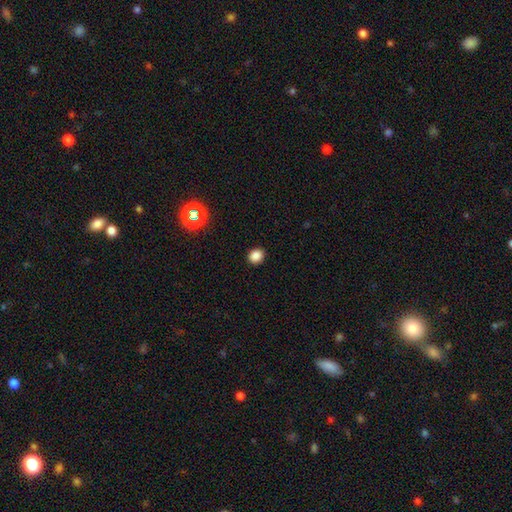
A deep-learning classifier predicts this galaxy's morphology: This appears to be a smooth galaxy with no disk features (85%) that is round (71%). Merging: none (91%).